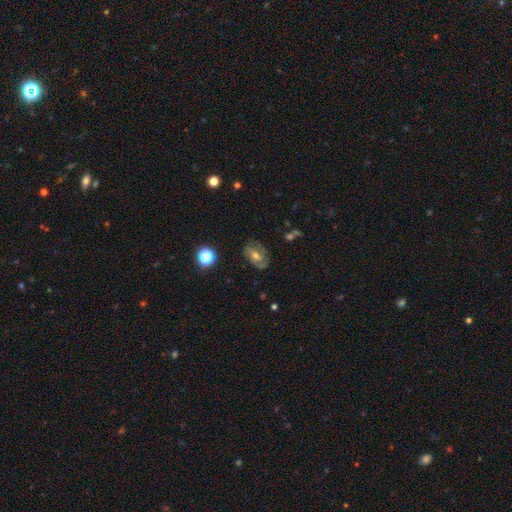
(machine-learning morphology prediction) The model was most divided on "bar": weak: 43%, no: 42%, strong: 15%. More confident: edge-on disk — no (95%); spiral arms — yes (80%); merging — none (74%); smooth or featured — featured or disk (62%); bulge size — moderate (60%).